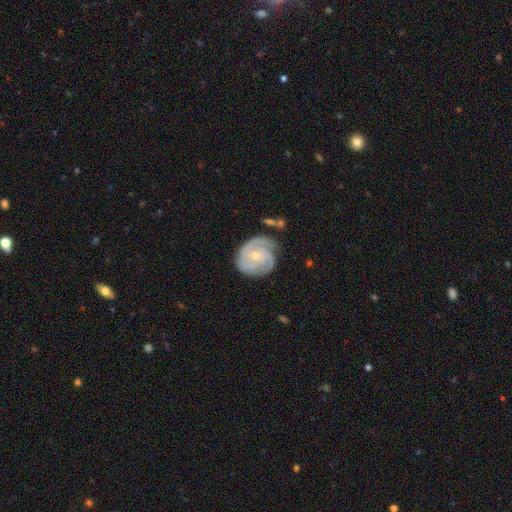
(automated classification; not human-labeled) Smooth or featured?
  - featured or disk: 86% *
  - smooth: 9%
  - star or artifact: 5%
Edge-on disk?
  - no: 98% *
  - yes: 2%
Bar?
  - no: 72% *
  - weak: 23%
  - strong: 5%
Spiral arms?
  - yes: 97% *
  - no: 3%
Spiral winding?
  - tight: 69% *
  - medium: 25%
  - loose: 5%
Spiral arm count?
  - 3: 46% *
  - 2: 20%
  - can't tell: 15%
  - 4: 10%
  - 1: 5%
  - more than 4: 4%
Bulge size?
  - small: 70% *
  - moderate: 27%
  - none: 2%
  - large: 1%
  - dominant: 1%
Merging?
  - none: 66% *
  - minor disturbance: 22%
  - major disturbance: 9%
  - merger: 3%